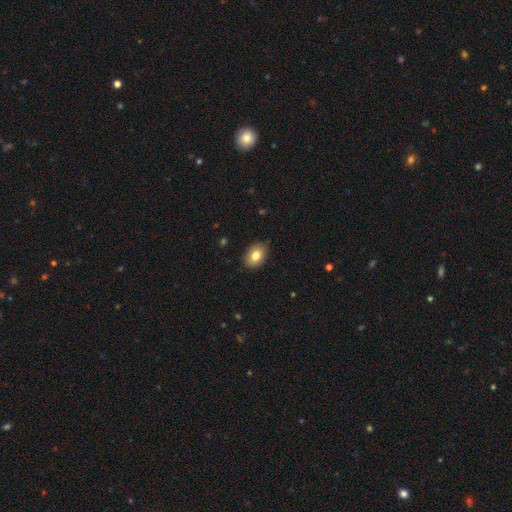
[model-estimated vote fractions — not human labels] The model was most divided on "how rounded": in between: 78%, round: 21%, cigar-shaped: 1%. More confident: merging — none (86%); smooth or featured — smooth (82%).